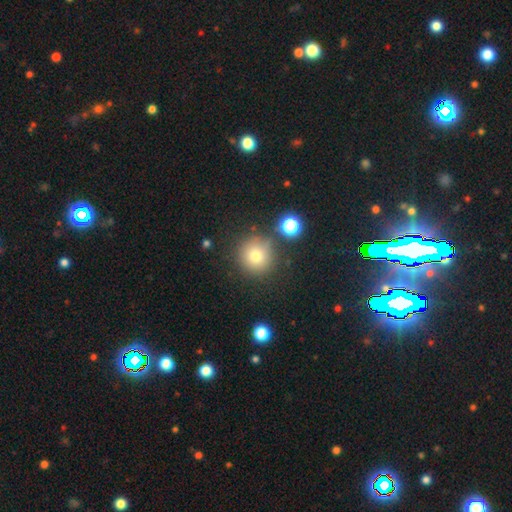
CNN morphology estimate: The model was most divided on "smooth or featured": smooth: 74%, star or artifact: 16%, featured or disk: 10%. More confident: how rounded — round (94%); merging — none (79%).